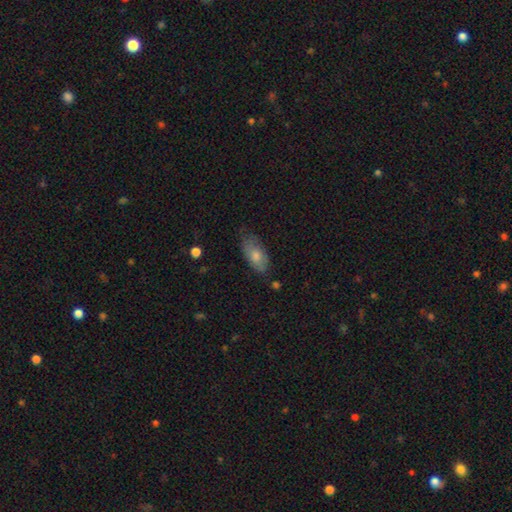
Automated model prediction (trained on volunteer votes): Smooth or featured? Predicted: smooth (p=0.68). How rounded? Predicted: in between (p=0.85). Merging? Predicted: none (p=0.72).